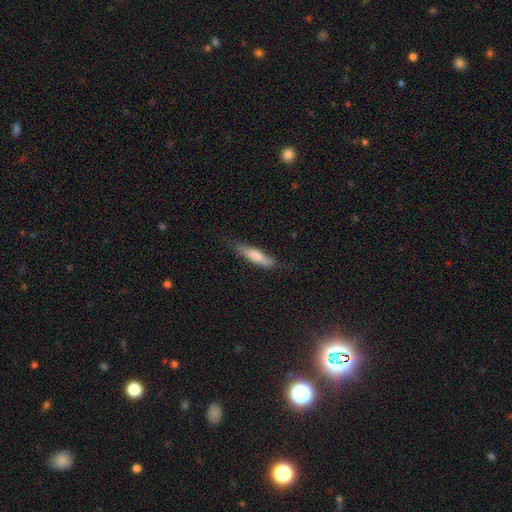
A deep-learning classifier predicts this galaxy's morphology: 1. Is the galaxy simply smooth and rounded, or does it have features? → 66% smooth, 28% featured or disk, 6% star or artifact.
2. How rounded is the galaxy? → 77% cigar-shaped, 21% in between, 2% round.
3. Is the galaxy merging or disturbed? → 74% none, 21% minor disturbance, 4% major disturbance, 1% merger.